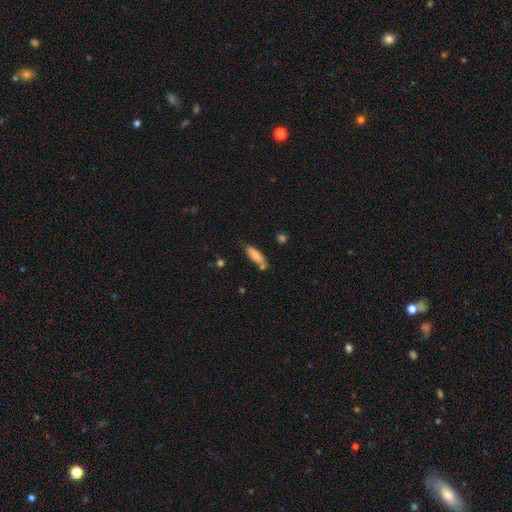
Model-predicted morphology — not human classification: A smooth galaxy with no disk features (78%) that is in between round and cigar-shaped (50%). Merging: none (62%).